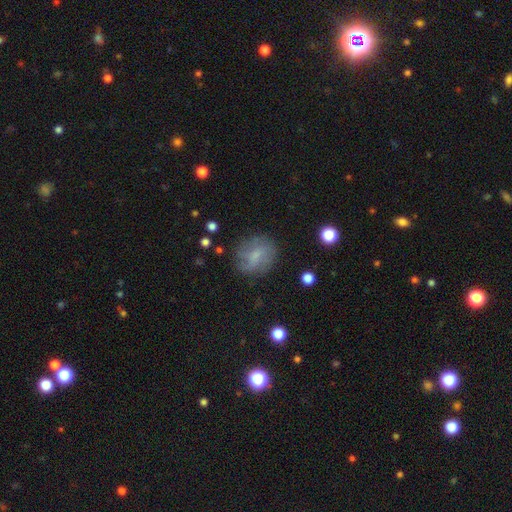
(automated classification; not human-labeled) Morphology: type=smooth (55%); roundness=round (65%); merging=none (71%).